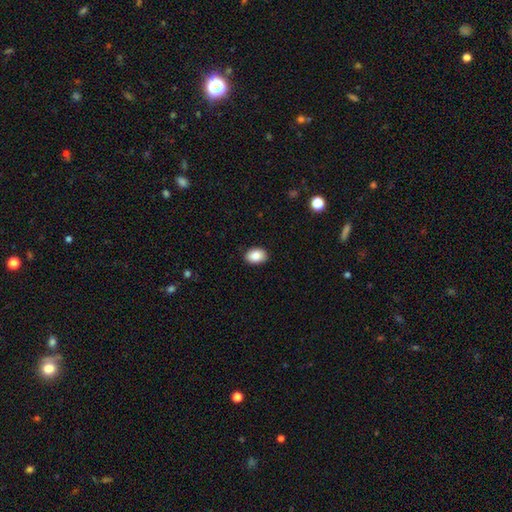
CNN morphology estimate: smooth-or-featured: smooth: 87% | star or artifact: 8% | featured or disk: 5%
  how-rounded: in between: 81% | round: 18% | cigar-shaped: 1%
  merging: none: 89% | minor disturbance: 8% | major disturbance: 2% | merger: 1%